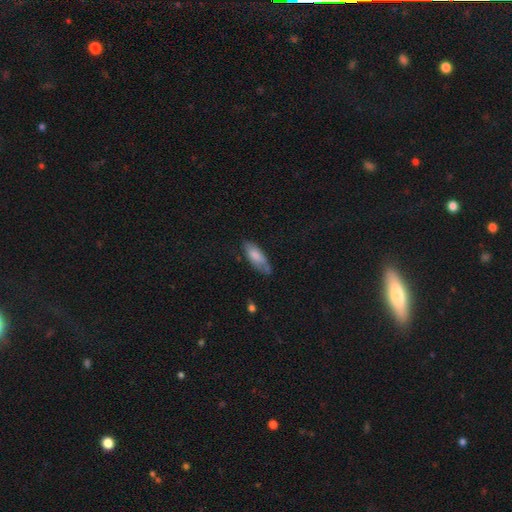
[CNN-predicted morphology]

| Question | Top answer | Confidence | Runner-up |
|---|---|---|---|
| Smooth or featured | smooth | 76% | featured or disk (18%) |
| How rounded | in between | 69% | cigar-shaped (29%) |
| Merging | none | 61% | minor disturbance (30%) |